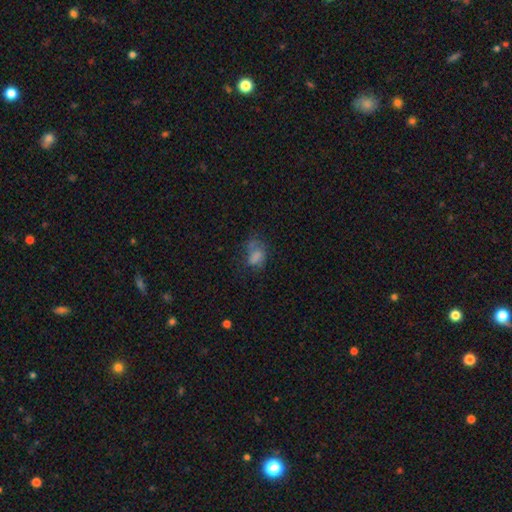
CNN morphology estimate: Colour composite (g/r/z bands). It shows a smooth galaxy with no disk features (66%) that is in between round and cigar-shaped (79%). Merging: none (36%).